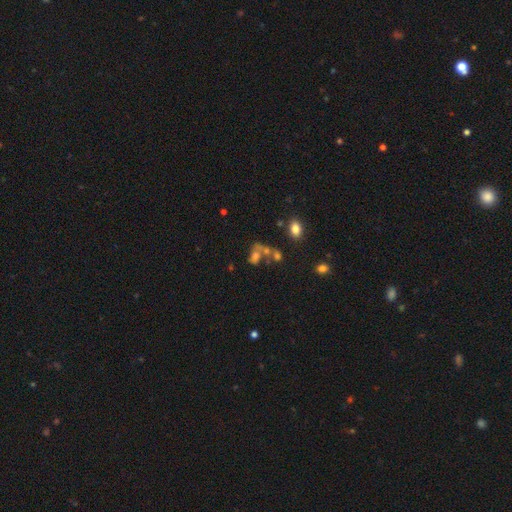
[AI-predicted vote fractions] A smooth galaxy with no disk features (42%). Merging: merger (40%).